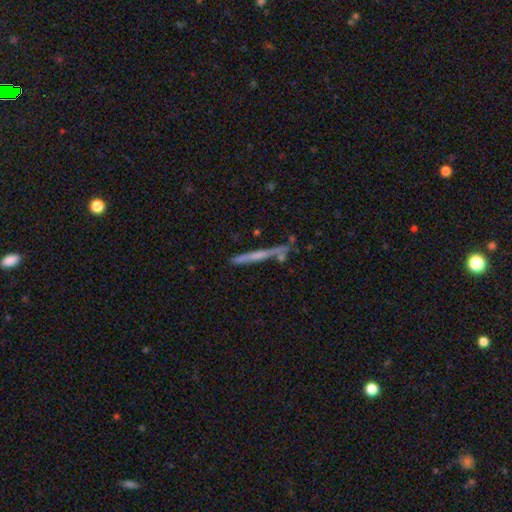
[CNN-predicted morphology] Smooth or featured? featured or disk (48%)
Merging? none (76%)